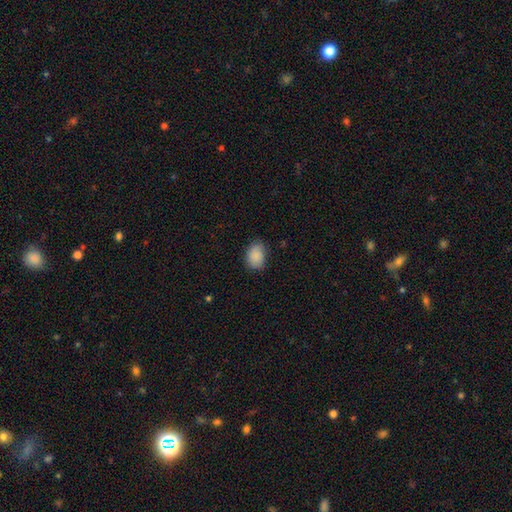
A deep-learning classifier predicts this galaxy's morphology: The model was most divided on "how rounded": in between: 74%, round: 25%, cigar-shaped: 1%. More confident: smooth or featured — smooth (88%); merging — none (75%).